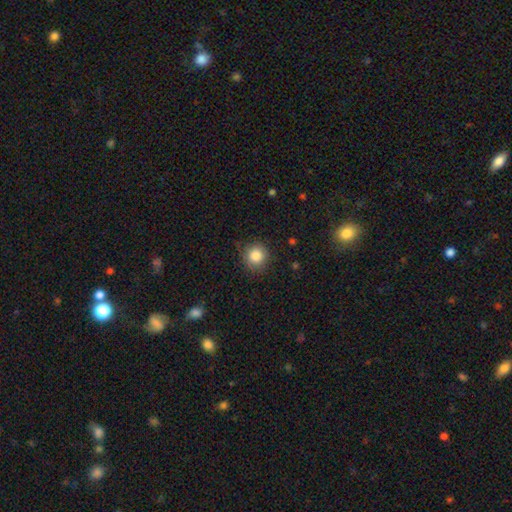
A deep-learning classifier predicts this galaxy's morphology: Overall: smooth (84%). How rounded: round (92%). Merging: none (84%).